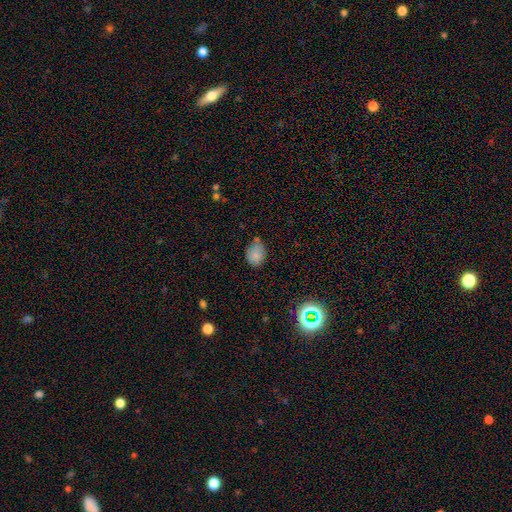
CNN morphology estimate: smooth 79%, star or artifact 12%, featured or disk 9%. Down the decision tree: how rounded — in between (69%); merging — none (56%).